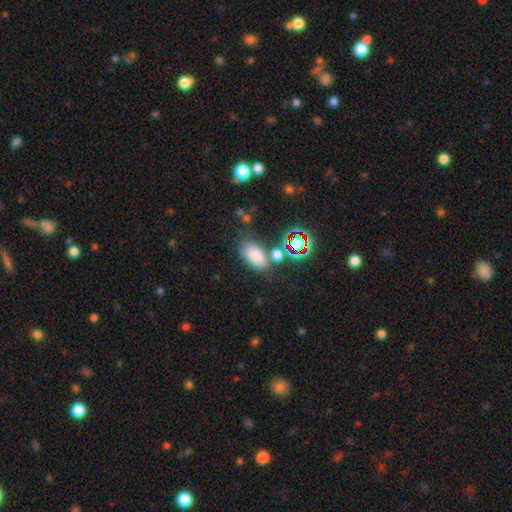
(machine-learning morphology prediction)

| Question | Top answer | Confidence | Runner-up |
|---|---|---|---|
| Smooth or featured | smooth | 73% | star or artifact (18%) |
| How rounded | in between | 89% | round (9%) |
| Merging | none | 65% | minor disturbance (15%) |